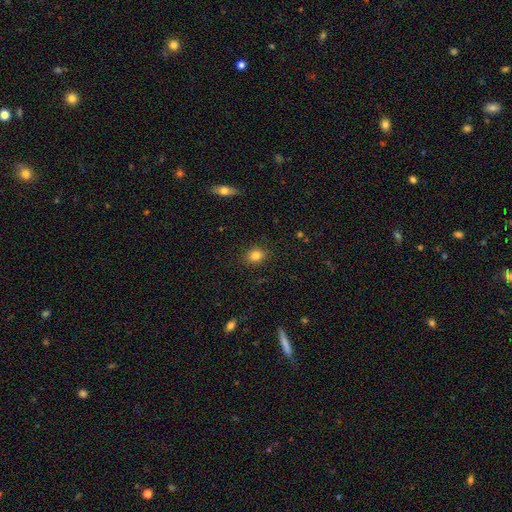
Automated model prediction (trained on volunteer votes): Morphology: type=smooth (83%); roundness=round (56%); merging=none (88%).